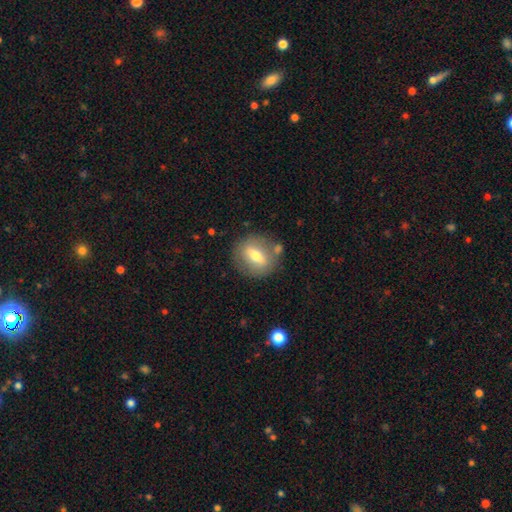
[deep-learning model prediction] Smooth or featured? smooth (53%)
How rounded? round (59%)
Merging? none (79%)